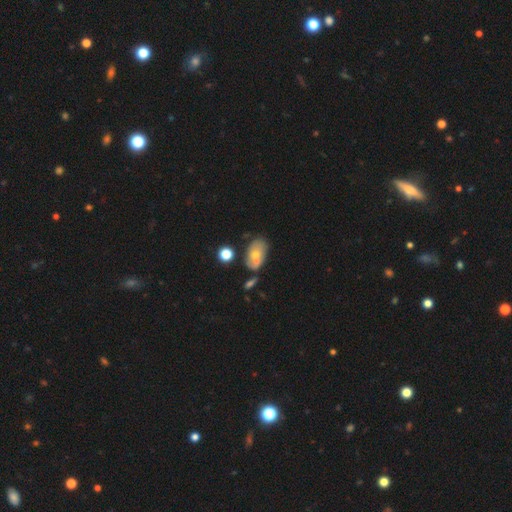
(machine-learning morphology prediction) smooth 55%, featured or disk 35%, star or artifact 10%. Down the decision tree: how rounded — in between (87%); merging — none (41%).